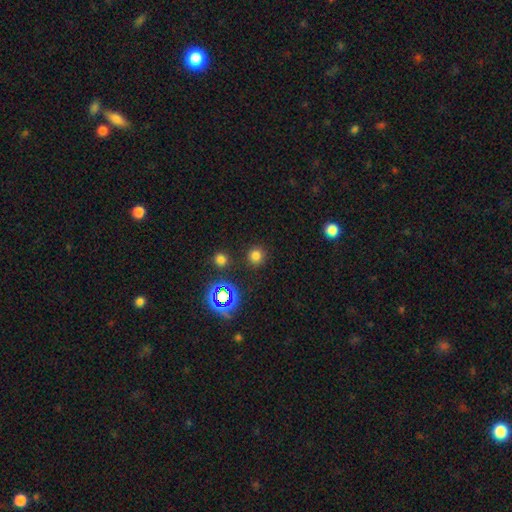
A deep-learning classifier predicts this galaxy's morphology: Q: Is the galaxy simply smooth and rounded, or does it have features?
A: smooth — 73%.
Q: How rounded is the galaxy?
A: round — 92%.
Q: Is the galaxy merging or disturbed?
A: none — 87%.